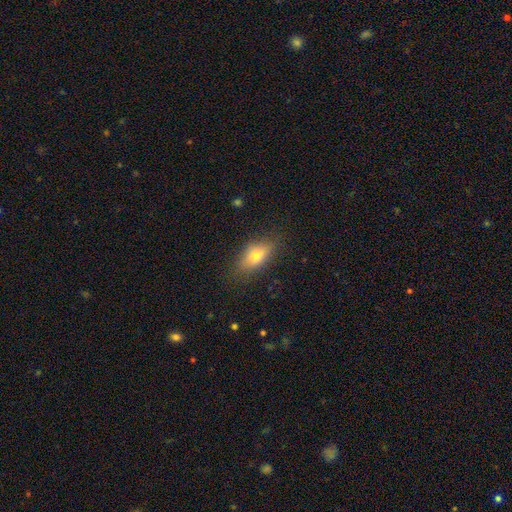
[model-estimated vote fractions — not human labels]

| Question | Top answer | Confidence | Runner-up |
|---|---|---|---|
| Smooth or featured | smooth | 71% | featured or disk (20%) |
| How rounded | in between | 83% | cigar-shaped (9%) |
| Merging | none | 81% | minor disturbance (14%) |